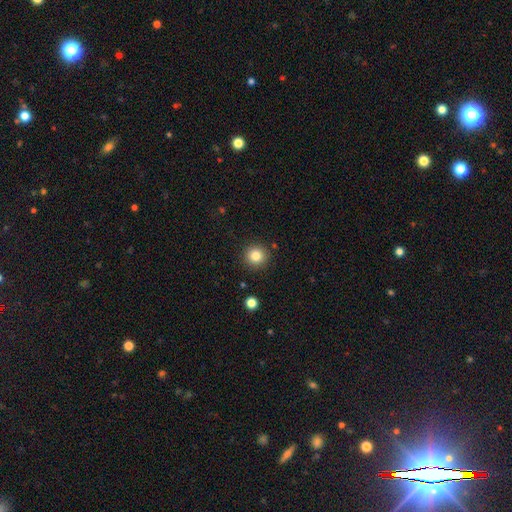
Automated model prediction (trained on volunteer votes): Smooth or featured? smooth (83%)
How rounded? round (94%)
Merging? none (90%)